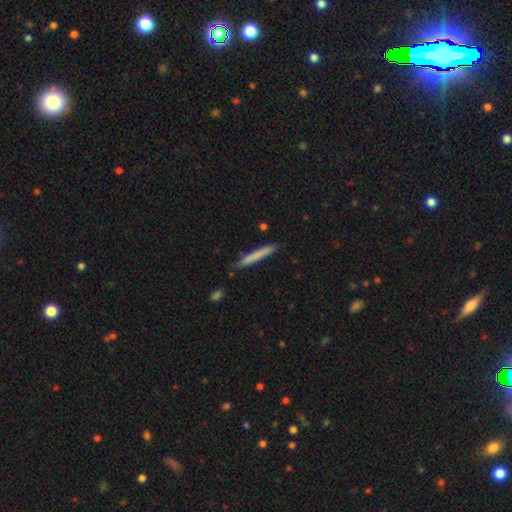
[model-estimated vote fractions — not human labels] This is likely a smooth galaxy (73%). How rounded: clearly cigar-shaped (96%). Merging: clearly none (85%).